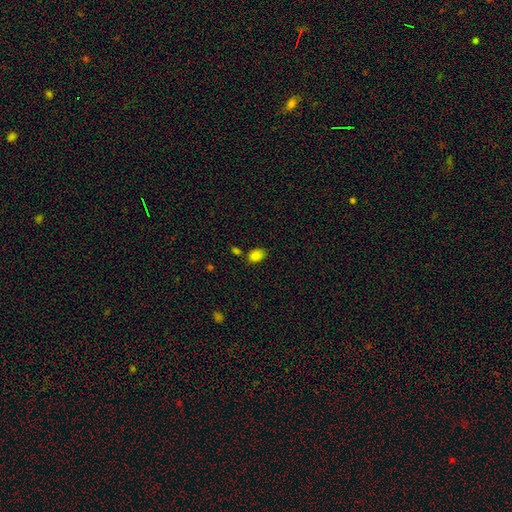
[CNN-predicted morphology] Smooth or featured?
  - smooth: 84% *
  - star or artifact: 12%
  - featured or disk: 4%
How rounded?
  - in between: 76% *
  - round: 22%
  - cigar-shaped: 1%
Merging?
  - none: 70% *
  - minor disturbance: 16%
  - merger: 9%
  - major disturbance: 4%